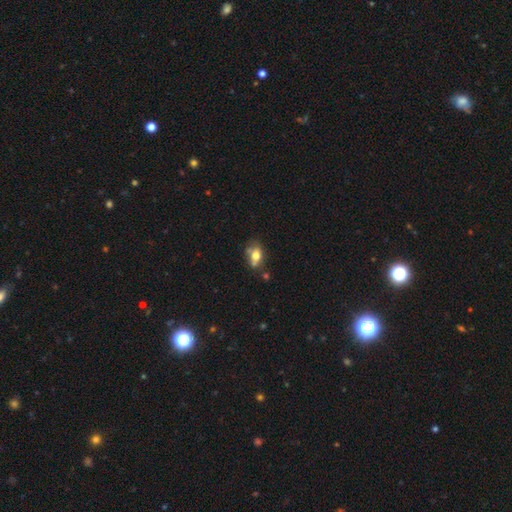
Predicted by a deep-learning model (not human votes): Smooth or featured: smooth — 68% (featured or disk — 22%)
How rounded: in between — 74% (round — 23%)
Merging: none — 44% (merger — 25%)